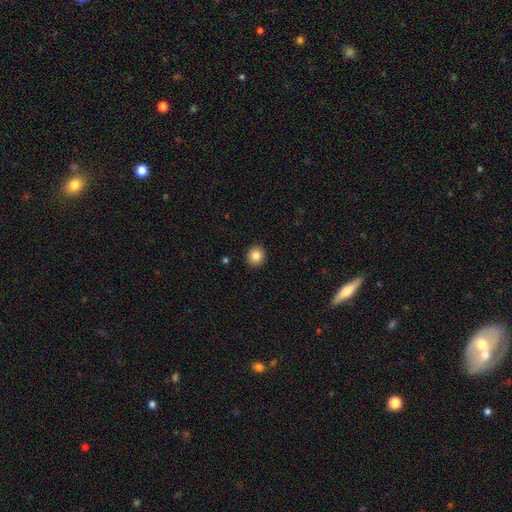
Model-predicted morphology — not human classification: Smooth or featured? smooth (85%)
How rounded? round (81%)
Merging? none (92%)